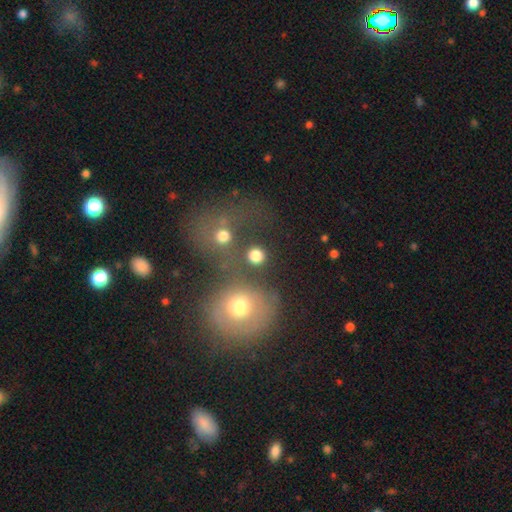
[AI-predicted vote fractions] The model was most divided on "merging": none: 70%, merger: 17%, minor disturbance: 7%, major disturbance: 6%. More confident: how rounded — round (89%); smooth or featured — smooth (80%).